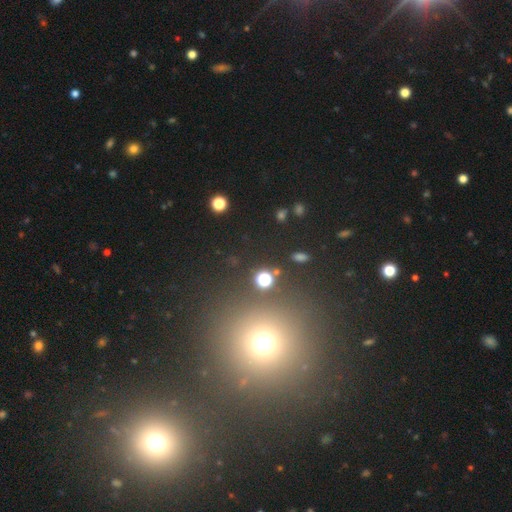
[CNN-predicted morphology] Smooth or featured: smooth — 46% (tied with star or artifact — 46%)
Merging: none — 82% (merger — 8%)